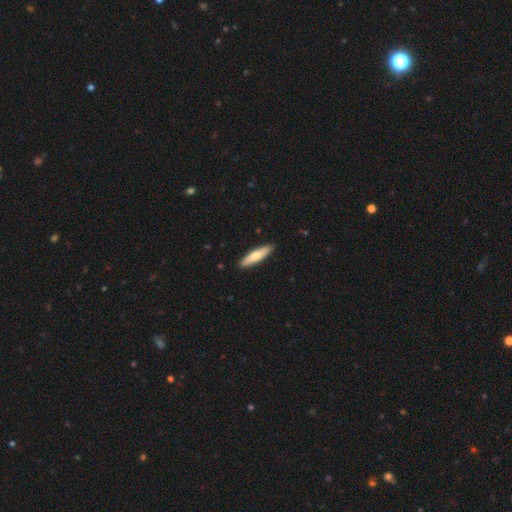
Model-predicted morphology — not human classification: Smooth or featured: smooth — 60% (featured or disk — 35%)
How rounded: cigar-shaped — 81% (in between — 18%)
Merging: none — 91% (minor disturbance — 7%)